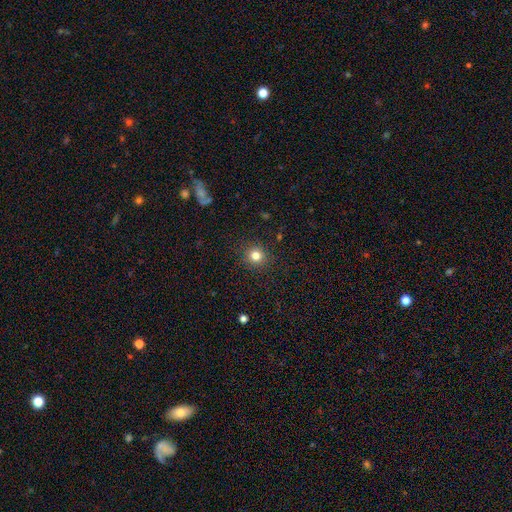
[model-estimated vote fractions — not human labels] smooth_or_featured: smooth (p=0.80) [alt: star or artifact p=0.13]
how_rounded: round (p=0.91) [alt: in between p=0.08]
merging: none (p=0.90) [alt: minor disturbance p=0.06]